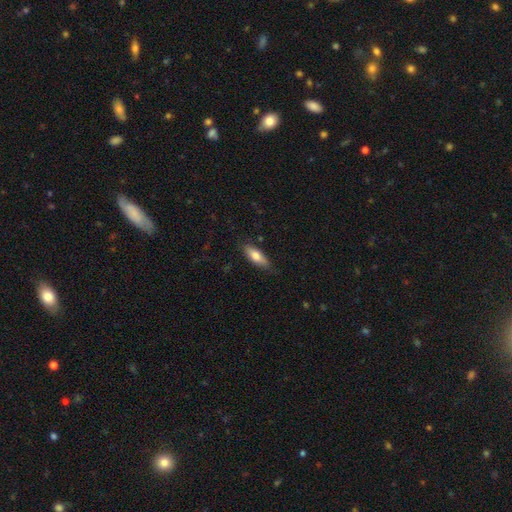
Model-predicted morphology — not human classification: Smooth or featured? smooth (73%)
How rounded? in between (65%)
Merging? none (77%)